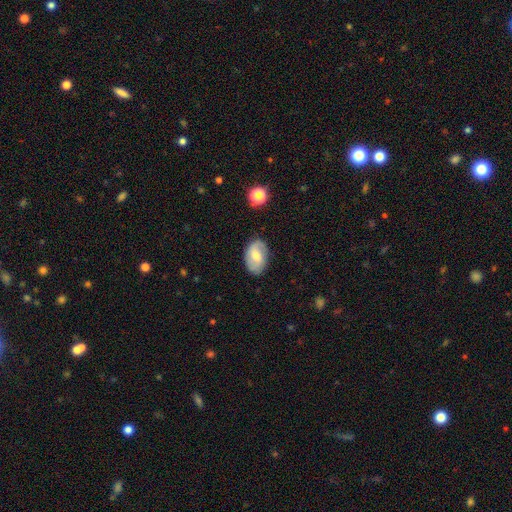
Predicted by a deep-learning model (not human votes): smooth-or-featured: featured or disk: 48% | smooth: 44% | star or artifact: 7%
  merging: none: 77% | minor disturbance: 17% | major disturbance: 4% | merger: 1%